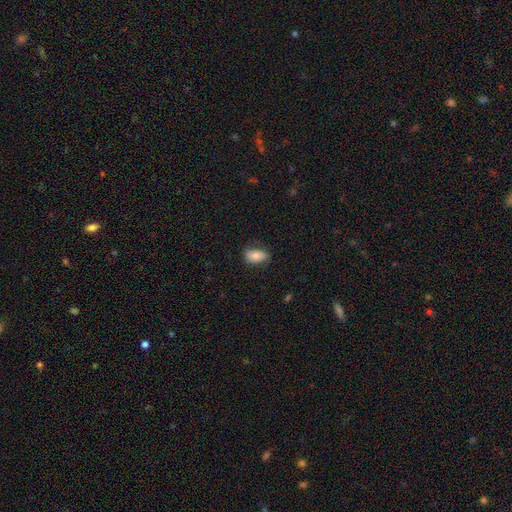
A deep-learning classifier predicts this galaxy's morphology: This is likely a smooth galaxy (77%). How rounded: clearly in between (90%). Merging: likely none (76%).